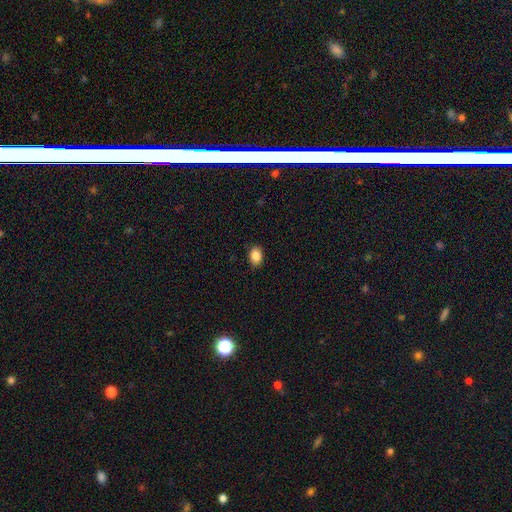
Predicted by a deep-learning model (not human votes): A smooth galaxy with no disk features (87%) that is in between round and cigar-shaped (77%).

Vote fractions:
- Smooth or featured? smooth: 87% / star or artifact: 8% / featured or disk: 4%
- How rounded? in between: 77% / round: 22% / cigar-shaped: 1%
- Merging? none: 87% / minor disturbance: 10% / major disturbance: 2% / merger: 1%